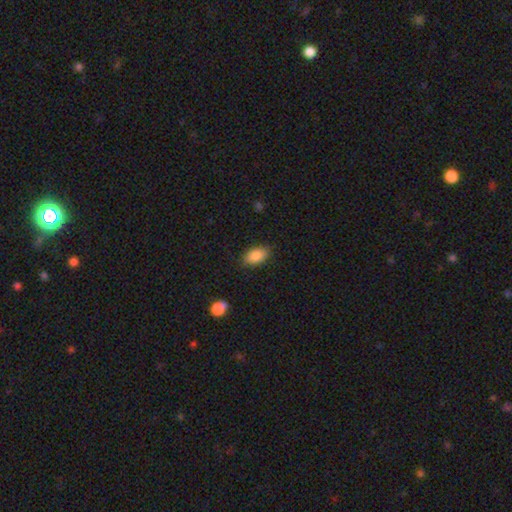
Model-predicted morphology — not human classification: smooth-or-featured: smooth: 87% | star or artifact: 8% | featured or disk: 6%
  how-rounded: in between: 91% | round: 6% | cigar-shaped: 3%
  merging: none: 84% | minor disturbance: 12% | major disturbance: 3% | merger: 1%